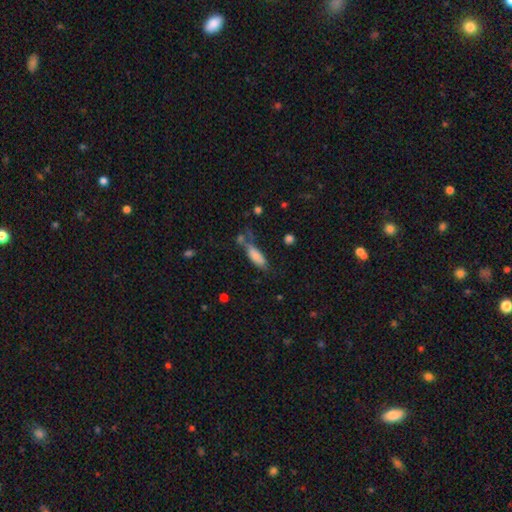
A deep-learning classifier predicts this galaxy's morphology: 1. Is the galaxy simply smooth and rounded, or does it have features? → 76% smooth, 16% featured or disk, 8% star or artifact.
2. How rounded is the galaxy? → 64% in between, 34% cigar-shaped, 3% round.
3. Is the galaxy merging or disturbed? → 39% none, 25% minor disturbance, 20% merger, 16% major disturbance.